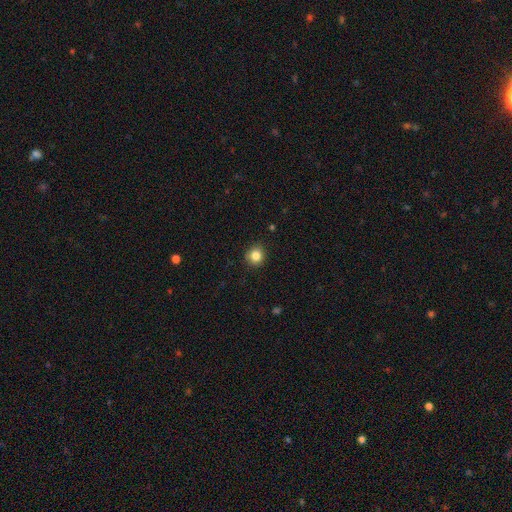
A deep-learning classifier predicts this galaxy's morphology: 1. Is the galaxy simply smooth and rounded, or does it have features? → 84% smooth, 11% star or artifact, 5% featured or disk.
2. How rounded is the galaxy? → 87% round, 13% in between, 1% cigar-shaped.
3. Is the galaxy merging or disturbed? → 86% none, 11% minor disturbance, 2% major disturbance, 1% merger.